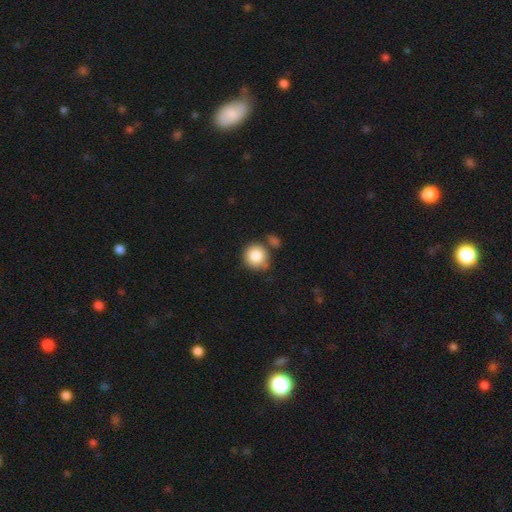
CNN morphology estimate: smooth-or-featured: smooth: 85% | star or artifact: 8% | featured or disk: 7%
  how-rounded: round: 92% | in between: 7% | cigar-shaped: 1%
  merging: none: 67% | minor disturbance: 15% | merger: 14% | major disturbance: 4%